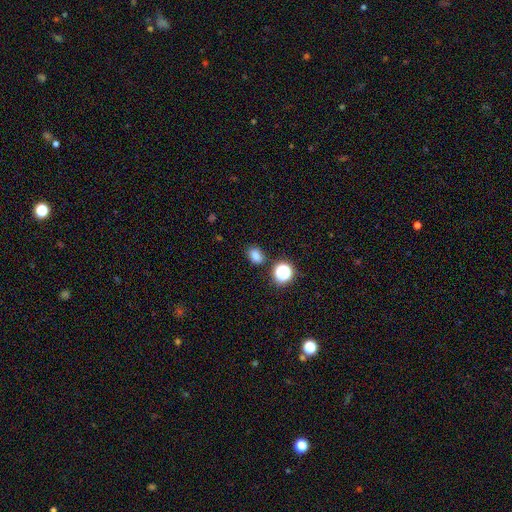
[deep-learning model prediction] A smooth galaxy with no disk features (78%) that is in between round and cigar-shaped (59%). Merging: none (78%).